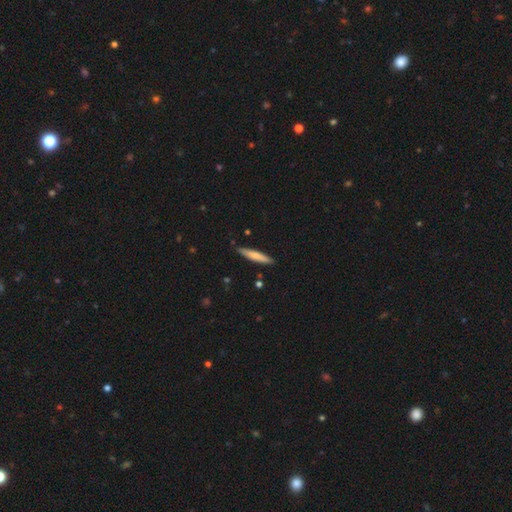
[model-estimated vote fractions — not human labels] Smooth or featured? Predicted: smooth (p=0.68). How rounded? Predicted: cigar-shaped (p=0.90). Merging? Predicted: none (p=0.88).